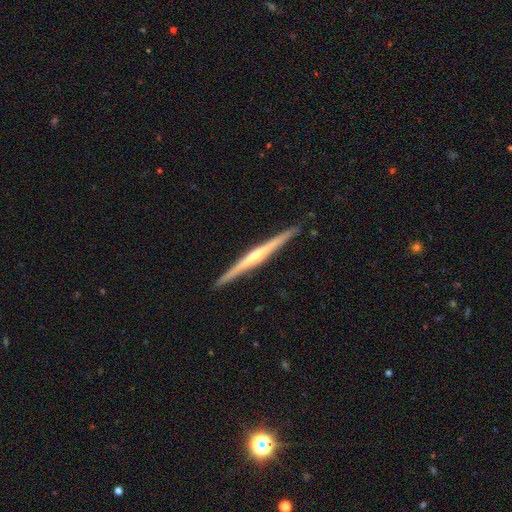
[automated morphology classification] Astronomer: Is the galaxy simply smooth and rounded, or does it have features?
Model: featured or disk — 82%.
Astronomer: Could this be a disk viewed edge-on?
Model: yes — 98%.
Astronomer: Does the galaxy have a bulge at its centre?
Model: rounded — 81%.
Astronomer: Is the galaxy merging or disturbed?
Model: none — 92%.